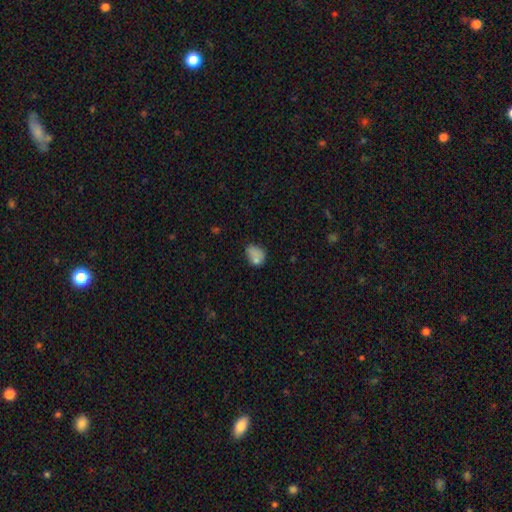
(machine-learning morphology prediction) This is likely a smooth galaxy (74%). How rounded: likely in between (62%). Merging: marginally none (44%).